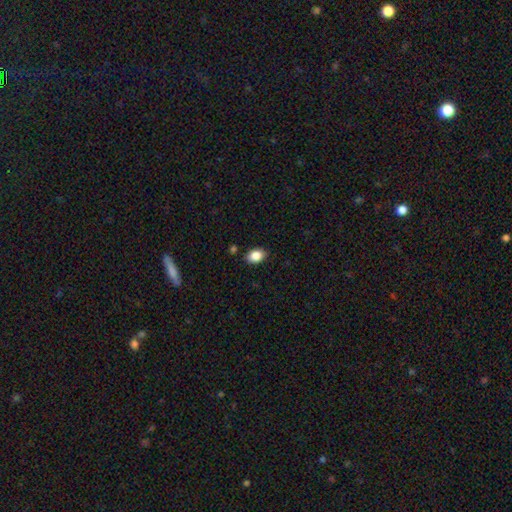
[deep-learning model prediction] smooth-or-featured: smooth: 87% | star or artifact: 8% | featured or disk: 5%
  how-rounded: in between: 82% | round: 17% | cigar-shaped: 1%
  merging: none: 86% | minor disturbance: 10% | major disturbance: 2% | merger: 2%